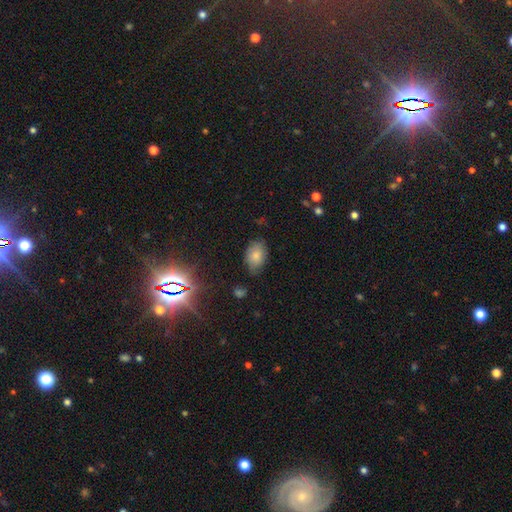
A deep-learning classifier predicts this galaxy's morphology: Q: Smooth or featured?
A: smooth (77%); runner-up: featured or disk (12%)
Q: How rounded?
A: in between (86%); runner-up: round (13%)
Q: Merging?
A: none (71%); runner-up: minor disturbance (23%)